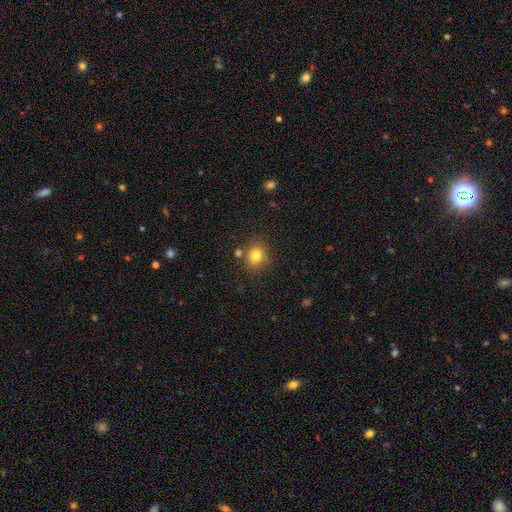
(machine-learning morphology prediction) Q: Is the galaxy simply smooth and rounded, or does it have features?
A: smooth — 81%.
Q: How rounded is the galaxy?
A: round — 79%.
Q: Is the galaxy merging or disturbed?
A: none — 78%.